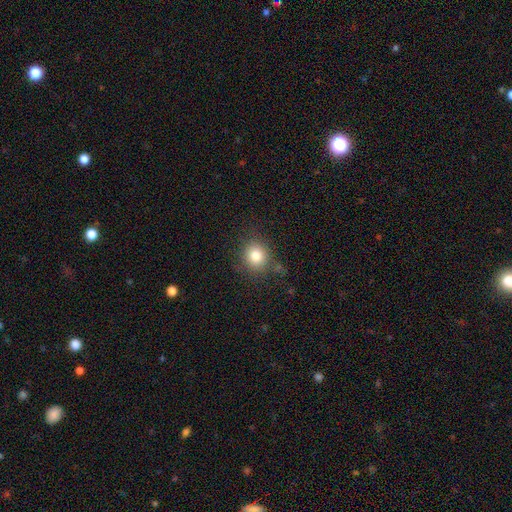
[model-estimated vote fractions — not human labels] smooth_or_featured: smooth (p=0.81) [alt: star or artifact p=0.11]
how_rounded: round (p=0.82) [alt: in between p=0.17]
merging: none (p=0.81) [alt: minor disturbance p=0.12]